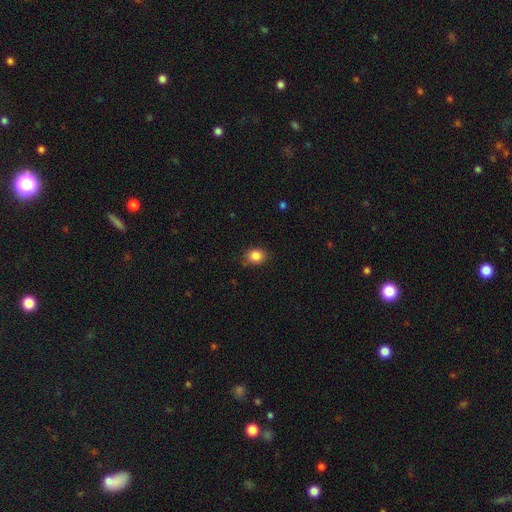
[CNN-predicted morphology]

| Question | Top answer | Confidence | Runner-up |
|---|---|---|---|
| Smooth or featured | smooth | 86% | star or artifact (10%) |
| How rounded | round | 59% | in between (40%) |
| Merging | none | 81% | minor disturbance (14%) |